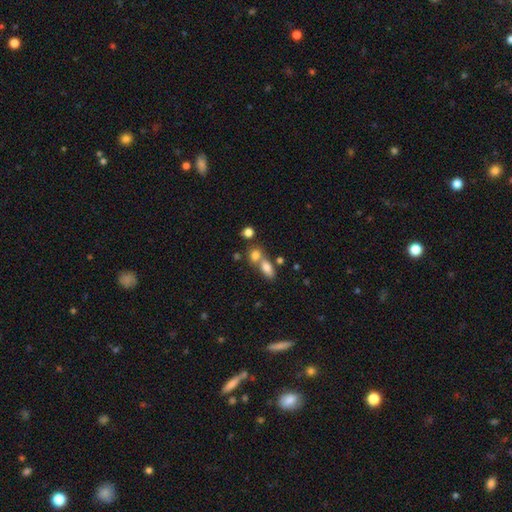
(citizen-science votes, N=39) smooth_or_featured: smooth (p=0.77) [alt: featured or disk p=0.15]
how_rounded: round (p=0.50) [alt: in between p=0.47]
merging: merger (p=0.58) [alt: none p=0.31]